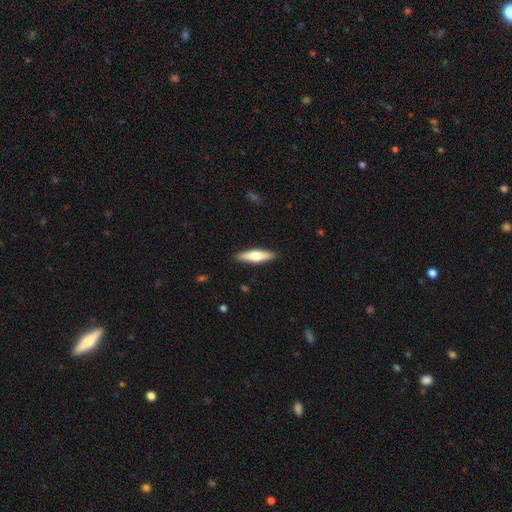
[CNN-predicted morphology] Smooth or featured?
  - smooth: 53% *
  - featured or disk: 42%
  - star or artifact: 5%
How rounded?
  - cigar-shaped: 71% *
  - in between: 27%
  - round: 2%
Merging?
  - none: 91% *
  - minor disturbance: 7%
  - major disturbance: 2%
  - merger: 1%